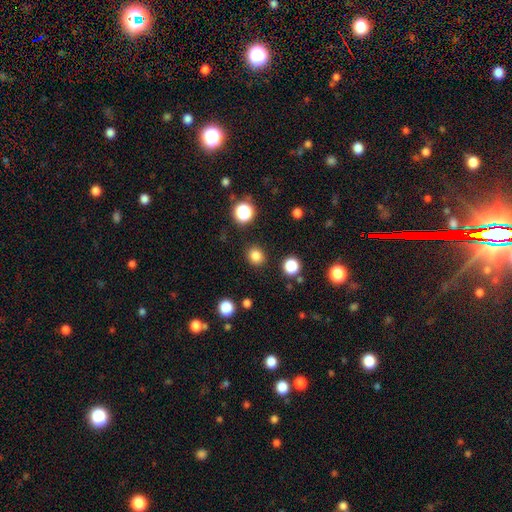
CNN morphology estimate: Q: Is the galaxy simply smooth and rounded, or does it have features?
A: smooth — 82%.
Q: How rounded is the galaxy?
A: round — 84%.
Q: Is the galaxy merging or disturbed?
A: none — 89%.